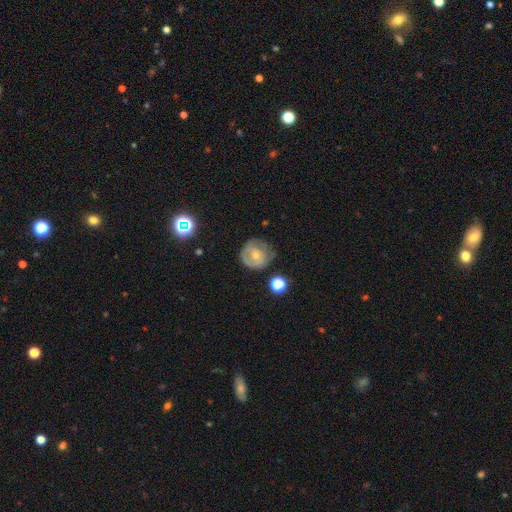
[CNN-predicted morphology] This appears to be a smooth galaxy with no disk features (46%, tied with featured or disk). Merging: none (60%).